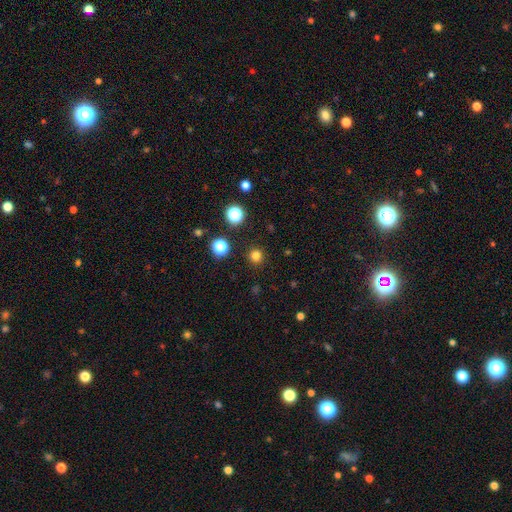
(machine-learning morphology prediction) smooth-or-featured: smooth: 79% | star or artifact: 17% | featured or disk: 4%
  how-rounded: round: 94% | in between: 5% | cigar-shaped: 1%
  merging: none: 91% | minor disturbance: 5% | major disturbance: 2% | merger: 2%